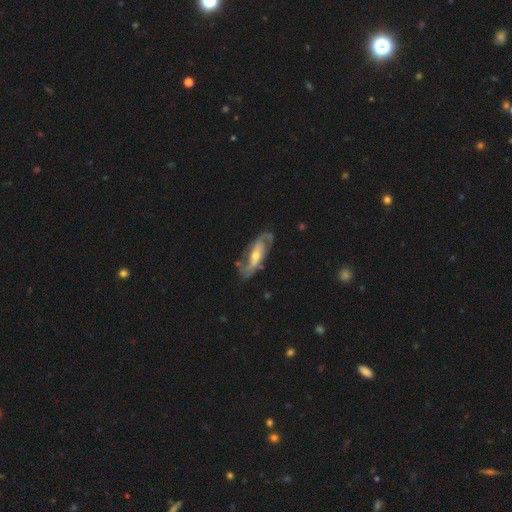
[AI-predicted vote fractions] Q: Smooth or featured?
A: featured or disk (85%); runner-up: smooth (10%)
Q: Edge-on disk?
A: no (90%); runner-up: yes (10%)
Q: Bar?
A: no (40%); runner-up: weak (34%)
Q: Spiral arms?
A: yes (94%); runner-up: no (6%)
Q: Spiral winding?
A: medium (44%); runner-up: loose (32%)
Q: Spiral arm count?
A: 2 (85%); runner-up: can't tell (7%)
Q: Bulge size?
A: moderate (55%); runner-up: small (40%)
Q: Merging?
A: none (72%); runner-up: minor disturbance (18%)